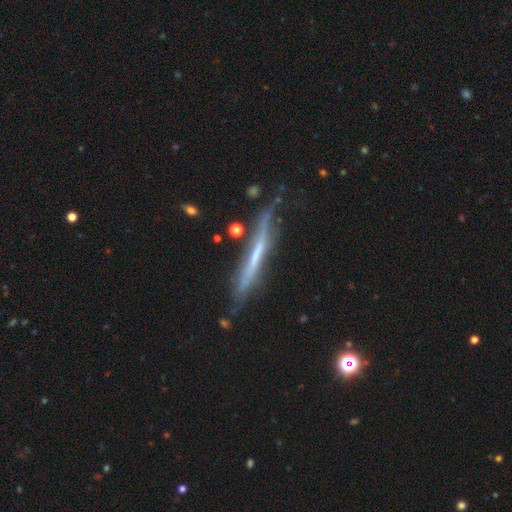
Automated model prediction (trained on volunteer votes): smooth-or-featured: featured or disk: 62% | smooth: 32% | star or artifact: 7%
  disk-edge-on: yes: 91% | no: 9%
    edge-on-bulge: none: 83% | rounded: 10% | boxy: 7%
  merging: none: 64% | minor disturbance: 25% | major disturbance: 7% | merger: 4%